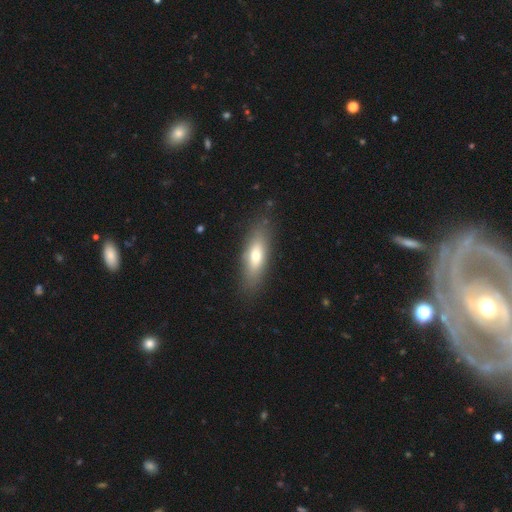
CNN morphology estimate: Smooth or featured?
  - smooth: 66% *
  - featured or disk: 27%
  - star or artifact: 7%
How rounded?
  - in between: 52% *
  - cigar-shaped: 46%
  - round: 2%
Merging?
  - none: 85% *
  - minor disturbance: 11%
  - major disturbance: 3%
  - merger: 1%